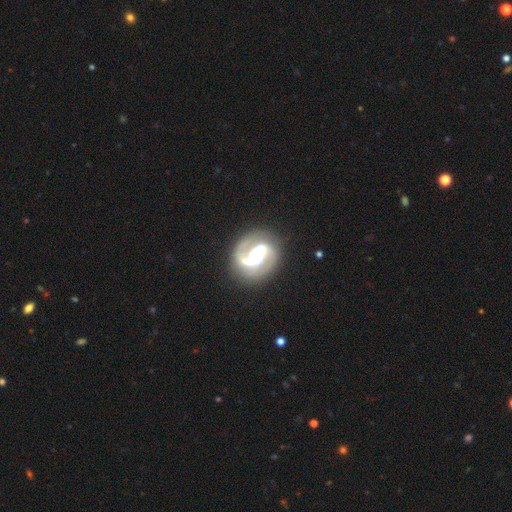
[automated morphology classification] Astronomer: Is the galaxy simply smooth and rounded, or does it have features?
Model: featured or disk — 90%.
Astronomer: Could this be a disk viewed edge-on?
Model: no — 98%.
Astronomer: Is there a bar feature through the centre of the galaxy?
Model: weak — 36%, tied with no at 36%.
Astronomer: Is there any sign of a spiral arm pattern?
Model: yes — 97%.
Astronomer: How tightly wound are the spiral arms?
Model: medium — 55%.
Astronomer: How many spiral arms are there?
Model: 2 — 89%.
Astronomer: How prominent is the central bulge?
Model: moderate — 49% (runner-up: small, 42%).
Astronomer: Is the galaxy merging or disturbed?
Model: none — 79%.